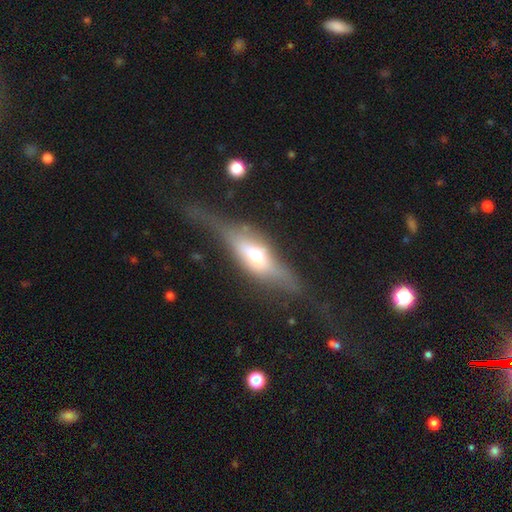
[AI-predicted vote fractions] featured or disk 58%, smooth 33%, star or artifact 8%. Down the decision tree: edge-on disk — yes (79%); merging — none (54%).